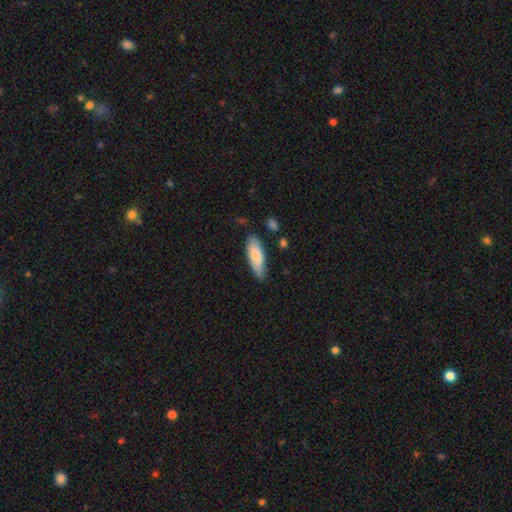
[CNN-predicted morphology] Overall: smooth (82%). How rounded: in between (60%; cigar-shaped 38%). Merging: none (70%).